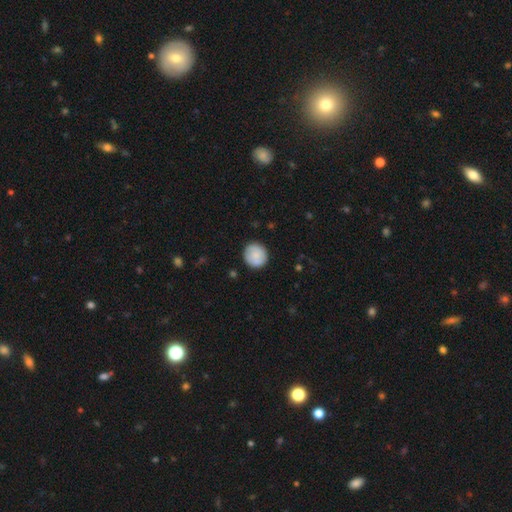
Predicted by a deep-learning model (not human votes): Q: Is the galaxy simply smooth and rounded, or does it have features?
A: smooth — 78%.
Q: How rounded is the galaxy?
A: round — 90%.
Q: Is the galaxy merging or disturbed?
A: none — 86%.